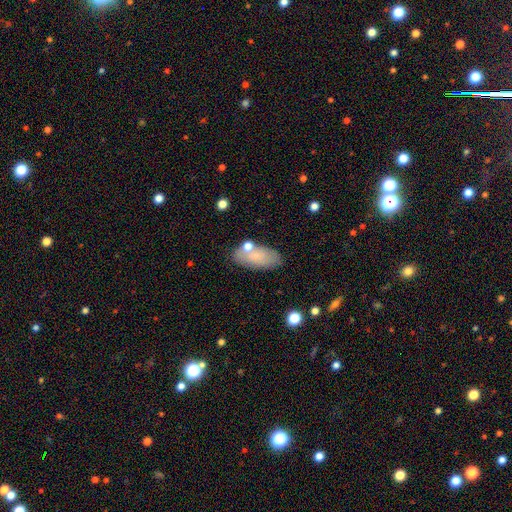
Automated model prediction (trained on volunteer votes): This is likely a smooth galaxy (74%). How rounded: clearly in between (91%). Merging: likely none (72%).